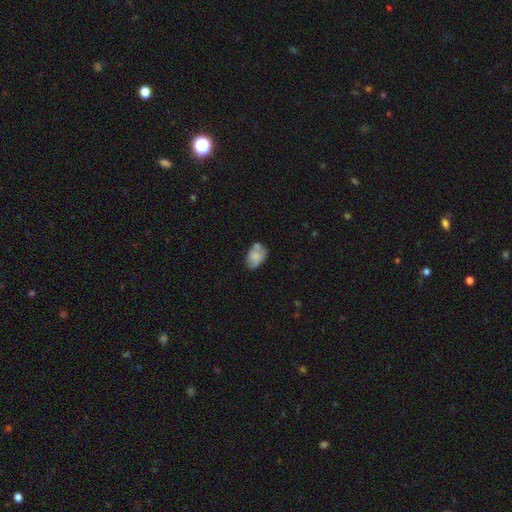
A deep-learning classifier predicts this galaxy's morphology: Smooth or featured? Predicted: smooth (p=0.72). How rounded? Predicted: in between (p=0.86). Merging? Predicted: none (p=0.48).